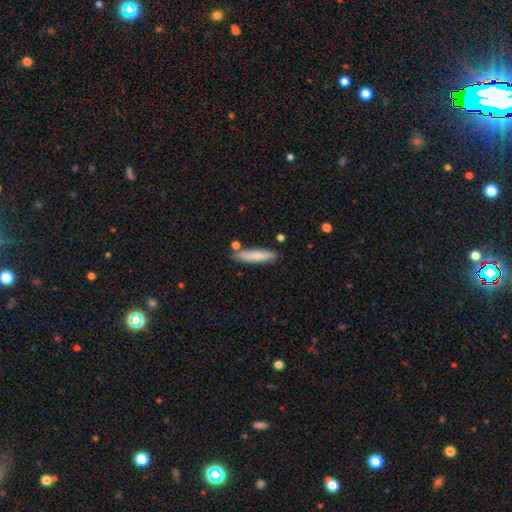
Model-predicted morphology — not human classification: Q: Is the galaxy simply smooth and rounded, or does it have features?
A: smooth — 80%.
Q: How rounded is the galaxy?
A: cigar-shaped — 82%.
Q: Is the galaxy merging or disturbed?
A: none — 80%.